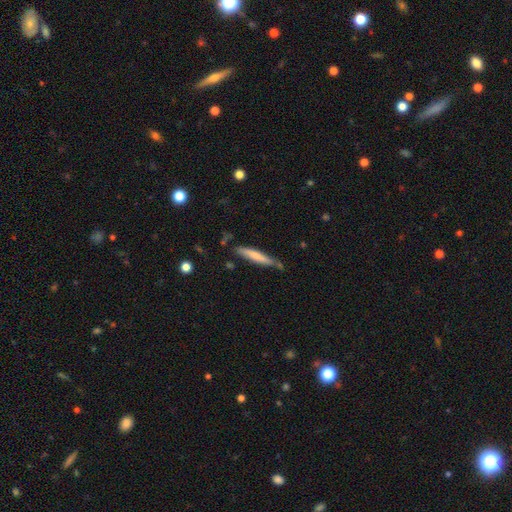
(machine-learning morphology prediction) This appears to be a smooth galaxy with no disk features (65%) that is cigar-shaped (92%). Merging: none (73%).